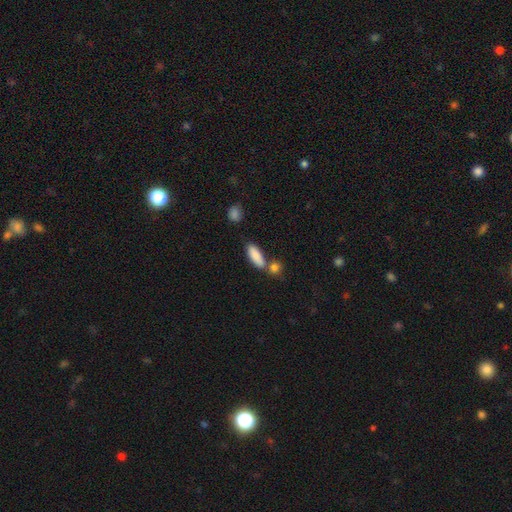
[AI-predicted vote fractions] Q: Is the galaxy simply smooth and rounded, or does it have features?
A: smooth — 86%.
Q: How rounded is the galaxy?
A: in between — 67%.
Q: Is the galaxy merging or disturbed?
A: none — 57%.